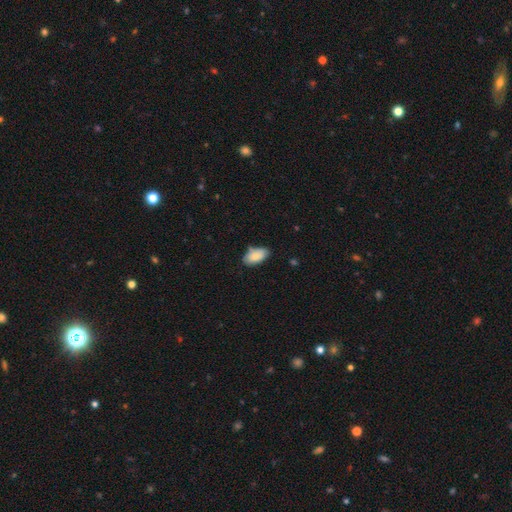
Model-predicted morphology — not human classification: Smooth or featured: smooth — 85% (featured or disk — 8%)
How rounded: in between — 94% (round — 3%)
Merging: none — 70% (minor disturbance — 24%)